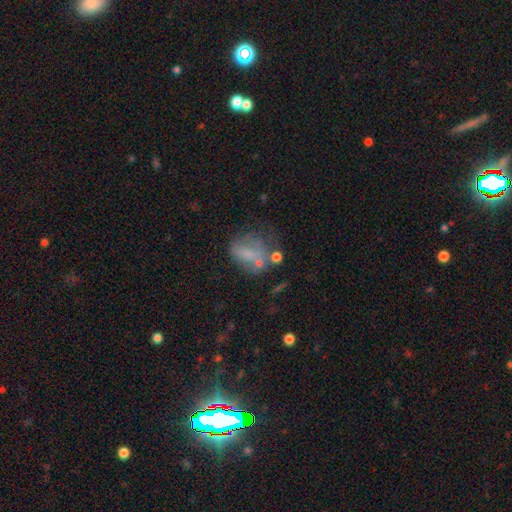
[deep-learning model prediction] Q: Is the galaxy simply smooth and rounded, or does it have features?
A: smooth — 54%.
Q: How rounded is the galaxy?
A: in between — 63%.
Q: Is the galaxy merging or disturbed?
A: none — 33%.